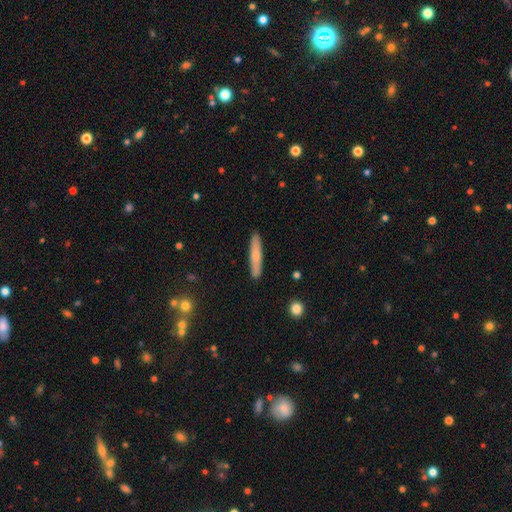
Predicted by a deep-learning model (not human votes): A smooth galaxy with no disk features (67%) that is cigar-shaped (91%). Merging: none (89%).